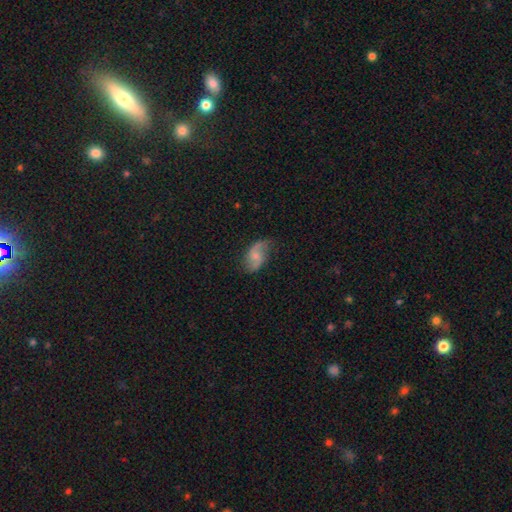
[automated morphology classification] Smooth or featured? featured or disk (65%)
Edge-on disk? no (97%)
Bar? no (59%)
Spiral arms? yes (92%)
Spiral winding? loose (68%)
Spiral arm count? 2 (88%)
Bulge size? small (51%)
Merging? none (67%)